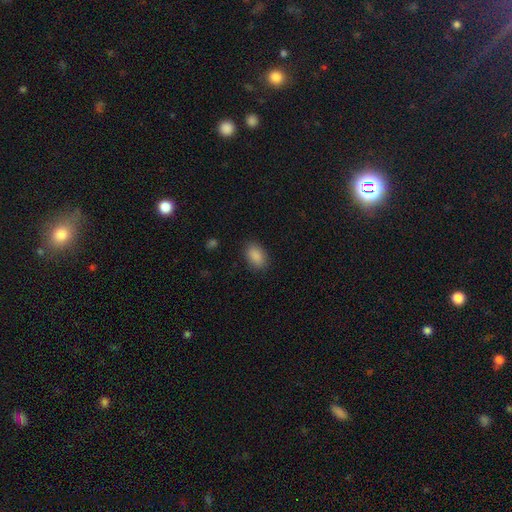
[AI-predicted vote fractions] Q: Smooth or featured?
A: smooth (89%); runner-up: star or artifact (8%)
Q: How rounded?
A: in between (88%); runner-up: round (10%)
Q: Merging?
A: none (85%); runner-up: minor disturbance (11%)